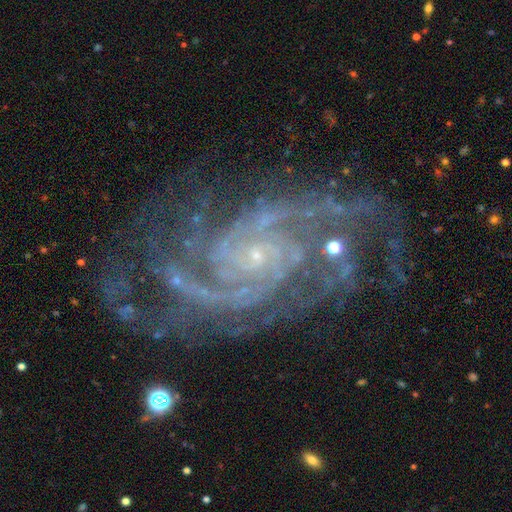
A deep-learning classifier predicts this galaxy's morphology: Smooth or featured: featured or disk — 92% (star or artifact — 6%)
Edge-on disk: no — 98% (yes — 2%)
Bar: no — 69% (weak — 23%)
Spiral arms: yes — 99% (no — 1%)
Spiral winding: tight — 55% (medium — 39%)
Spiral arm count: 2 — 29% (3 — 21%)
Bulge size: small — 85% (moderate — 8%)
Merging: none — 66% (minor disturbance — 19%)